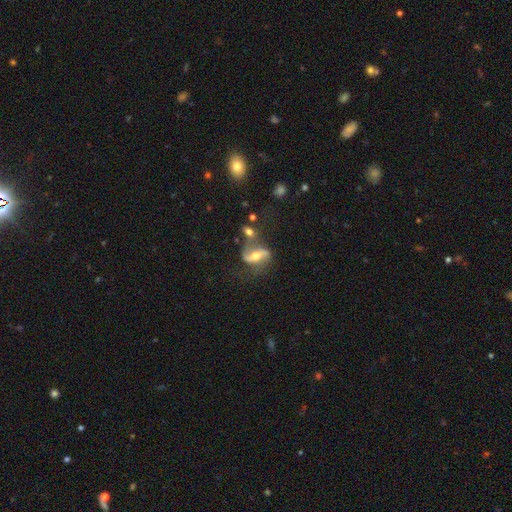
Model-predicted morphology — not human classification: featured or disk 78%, smooth 14%, star or artifact 8%. Down the decision tree: edge-on disk — no (93%); bar — strong (40%); spiral arms — yes (89%); spiral arm count — 2 (90%); spiral winding — loose (70%); bulge size — moderate (69%); merging — none (51%).